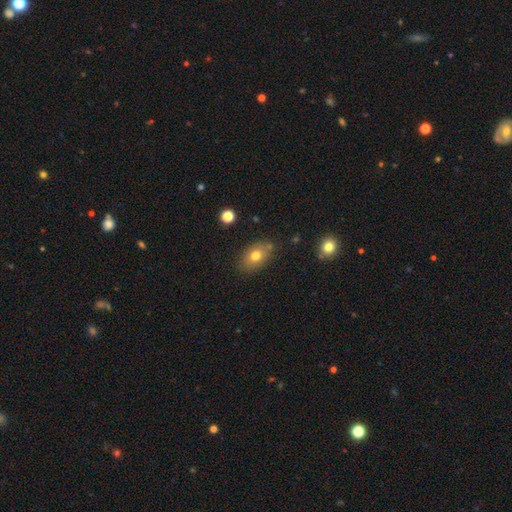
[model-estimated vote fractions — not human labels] A smooth galaxy with no disk features (74%) that is in between round and cigar-shaped (81%).

Vote fractions:
- Smooth or featured? smooth: 74% / featured or disk: 16% / star or artifact: 10%
- How rounded? in between: 81% / round: 18% / cigar-shaped: 2%
- Merging? none: 77% / minor disturbance: 15% / merger: 4% / major disturbance: 4%